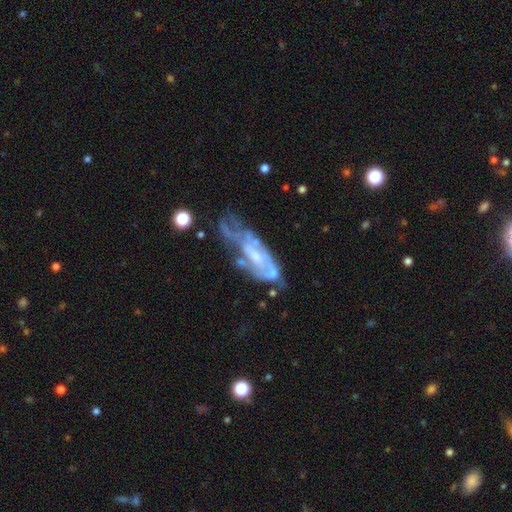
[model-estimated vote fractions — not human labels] Q: Smooth or featured?
A: featured or disk (72%); runner-up: smooth (19%)
Q: Edge-on disk?
A: no (87%); runner-up: yes (13%)
Q: Bar?
A: no (59%); runner-up: weak (31%)
Q: Spiral arms?
A: yes (60%); runner-up: no (40%)
Q: Bulge size?
A: small (44%); runner-up: none (26%)
Q: Merging?
A: major disturbance (32%); runner-up: none (31%)